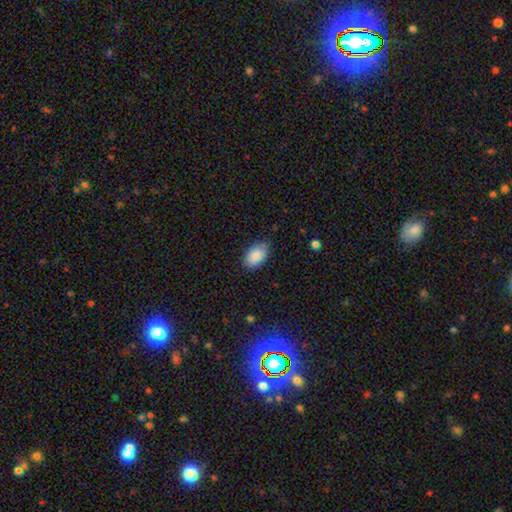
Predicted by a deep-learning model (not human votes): Smooth or featured: smooth — 88% (star or artifact — 7%)
How rounded: in between — 90% (round — 9%)
Merging: none — 79% (minor disturbance — 17%)